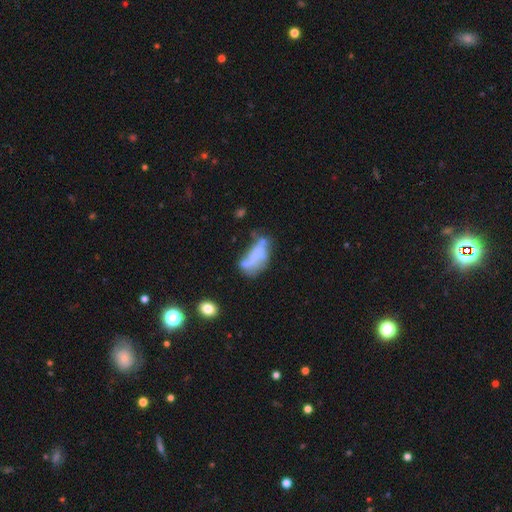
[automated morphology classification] Smooth or featured: smooth — 50% (featured or disk — 38%)
Merging: major disturbance — 29% (none — 26%)